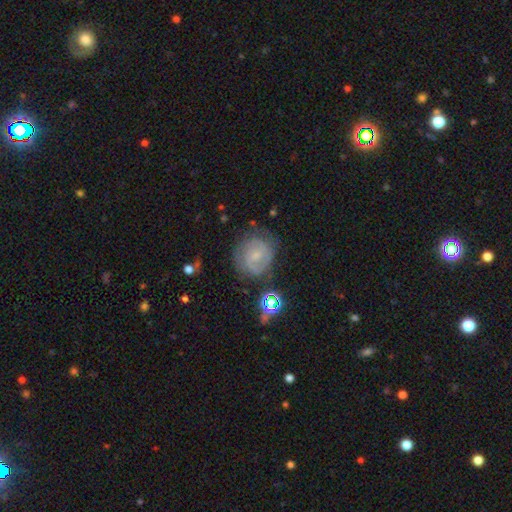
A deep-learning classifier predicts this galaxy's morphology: smooth-or-featured: featured or disk: 69% | smooth: 21% | star or artifact: 9%
  disk-edge-on: no: 98% | yes: 2%
    bar: no: 46% | weak: 45% | strong: 9%
    has-spiral-arms: yes: 90% | no: 10%
      spiral-winding: tight: 49% | medium: 39% | loose: 12%
      spiral-arm-count: 2: 66% | can't tell: 19% | 3: 7% | 1: 4% | 4: 2% | more than 4: 2%
    bulge-size: small: 61% | moderate: 22% | none: 15% | large: 2% | dominant: 1%
  merging: none: 72% | minor disturbance: 18% | major disturbance: 8% | merger: 3%